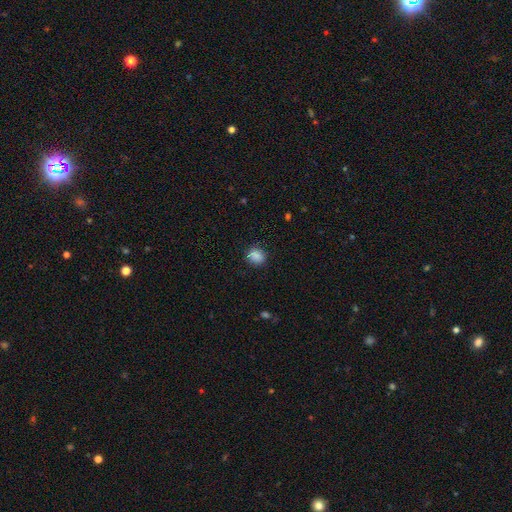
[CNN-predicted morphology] Smooth or featured: smooth — 84% (star or artifact — 10%)
How rounded: round — 65% (in between — 34%)
Merging: none — 79% (minor disturbance — 15%)